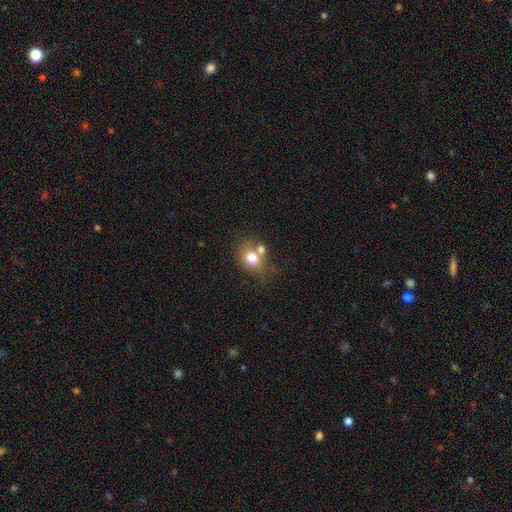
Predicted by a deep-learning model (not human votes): Morphology: type=smooth (71%); roundness=round (66%); merging=none (51%).